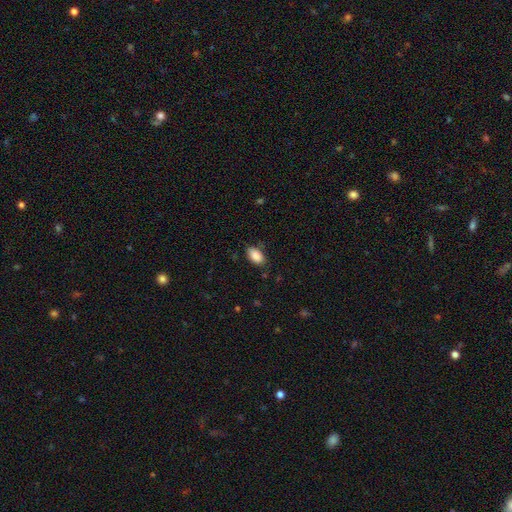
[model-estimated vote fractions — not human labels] Smooth or featured?
  - smooth: 89% *
  - star or artifact: 7%
  - featured or disk: 4%
How rounded?
  - in between: 93% *
  - round: 5%
  - cigar-shaped: 2%
Merging?
  - none: 79% *
  - minor disturbance: 16%
  - major disturbance: 3%
  - merger: 1%